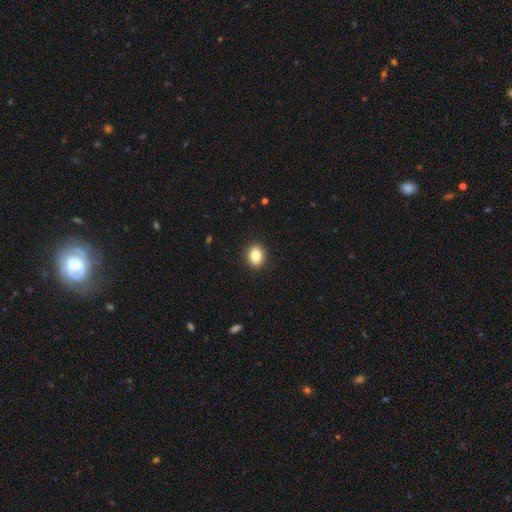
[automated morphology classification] This appears to be a smooth galaxy with no disk features (85%) that is in between round and cigar-shaped (54%). Merging: none (91%).